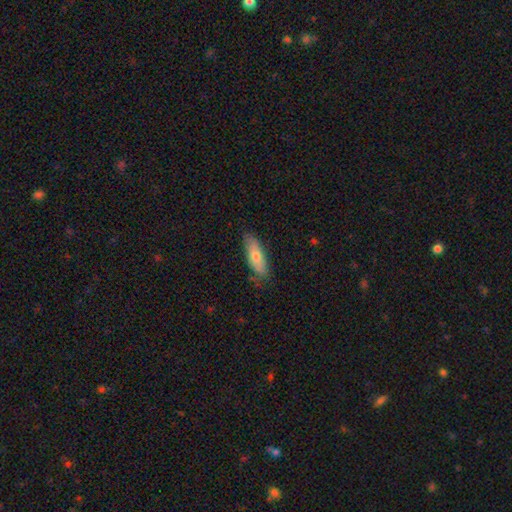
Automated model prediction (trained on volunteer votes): Smooth or featured: smooth — 70% (featured or disk — 24%)
How rounded: in between — 59% (cigar-shaped — 39%)
Merging: none — 77% (minor disturbance — 18%)